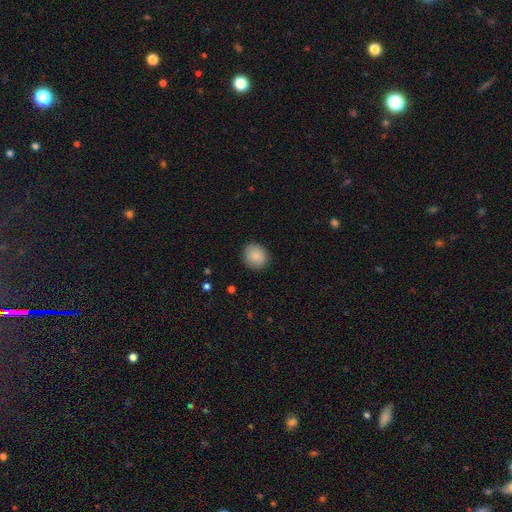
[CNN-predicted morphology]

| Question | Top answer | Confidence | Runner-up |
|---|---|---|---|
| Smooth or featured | smooth | 88% | star or artifact (8%) |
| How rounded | round | 74% | in between (25%) |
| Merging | none | 88% | minor disturbance (8%) |